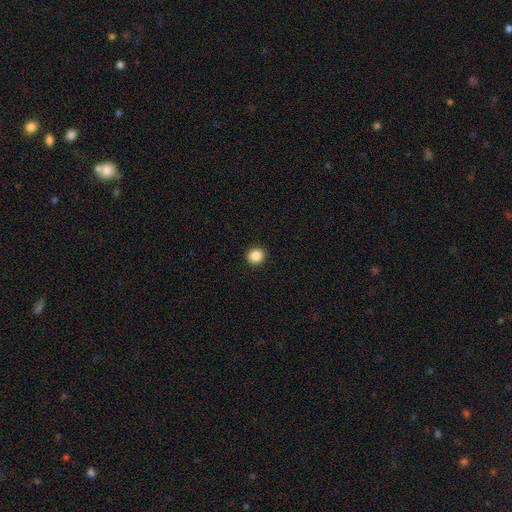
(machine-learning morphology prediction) Smooth or featured? smooth (87%)
How rounded? round (91%)
Merging? none (93%)